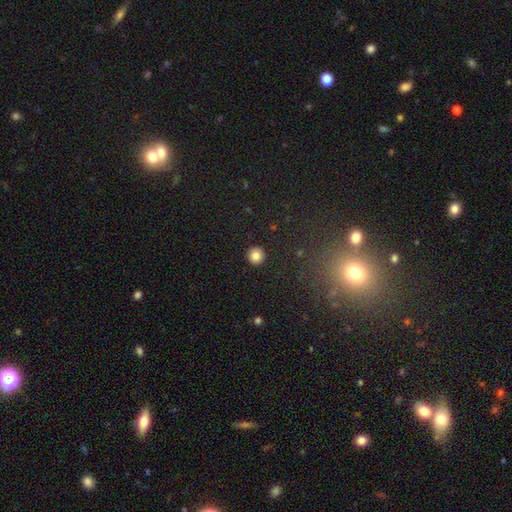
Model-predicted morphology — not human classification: type=smooth (83%); roundness=round (94%); merging=none (93%).